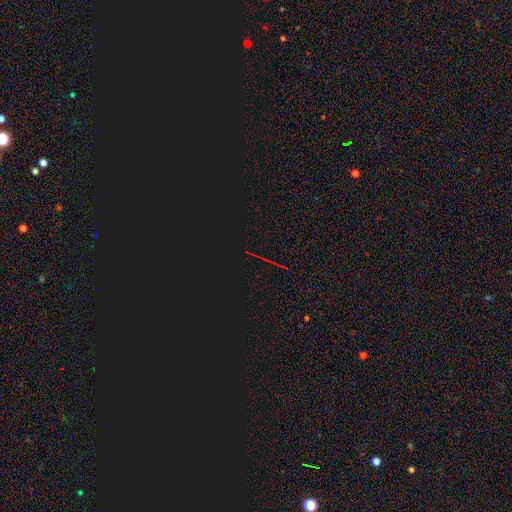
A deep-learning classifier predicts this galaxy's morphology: This appears to be a star or artifact, not a galaxy (86%).